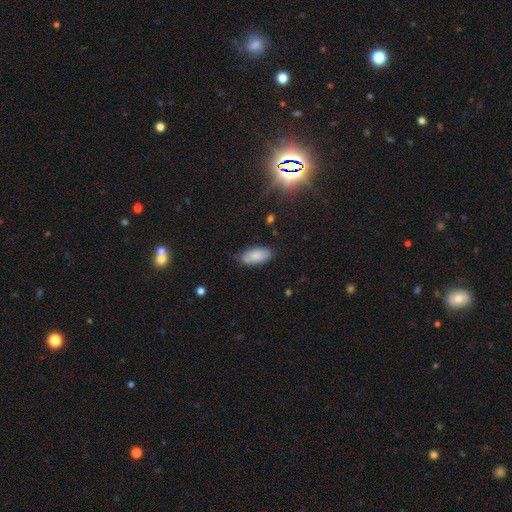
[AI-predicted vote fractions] Smooth or featured? smooth (85%)
How rounded? in between (91%)
Merging? none (76%)